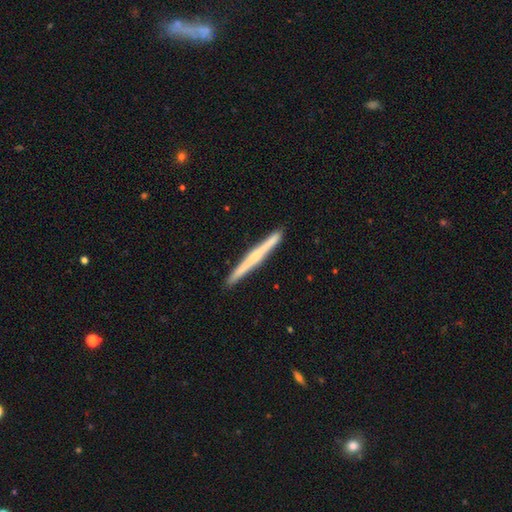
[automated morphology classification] smooth-or-featured: featured or disk: 57% | smooth: 37% | star or artifact: 6%
  disk-edge-on: yes: 98% | no: 2%
    edge-on-bulge: none: 58% | rounded: 35% | boxy: 8%
  merging: none: 92% | minor disturbance: 5% | major disturbance: 1% | merger: 1%